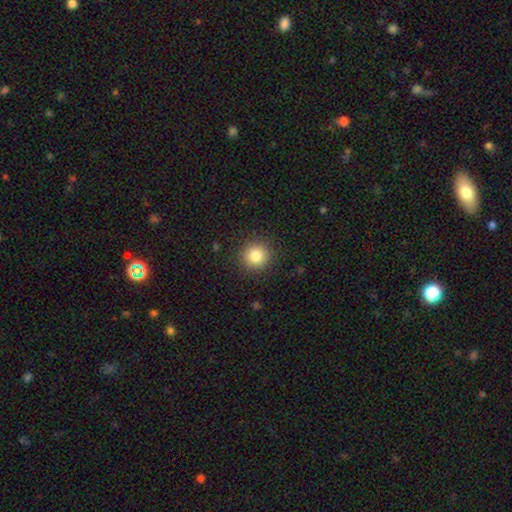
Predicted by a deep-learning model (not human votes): smooth-or-featured: smooth: 83% | star or artifact: 11% | featured or disk: 6%
  how-rounded: round: 94% | in between: 5% | cigar-shaped: 1%
  merging: none: 90% | minor disturbance: 6% | major disturbance: 2% | merger: 1%